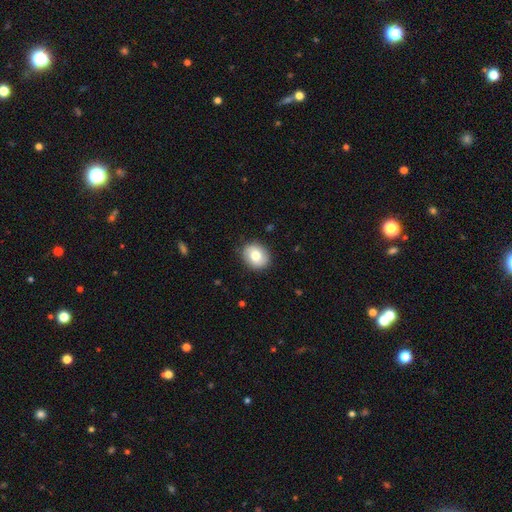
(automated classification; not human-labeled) A smooth galaxy with no disk features (75%) that is round (67%).

Vote fractions:
- Smooth or featured? smooth: 75% / featured or disk: 17% / star or artifact: 8%
- How rounded? round: 67% / in between: 32% / cigar-shaped: 1%
- Merging? none: 88% / minor disturbance: 9% / major disturbance: 2% / merger: 1%